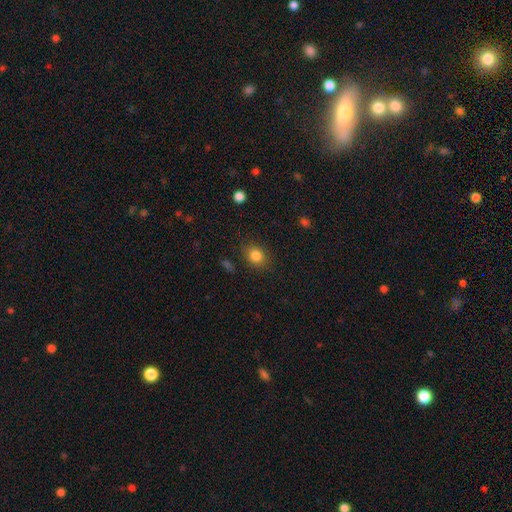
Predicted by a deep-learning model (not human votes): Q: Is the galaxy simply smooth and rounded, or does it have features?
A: smooth — 83%.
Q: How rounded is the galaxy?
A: round — 56%.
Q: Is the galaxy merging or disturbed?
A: none — 84%.